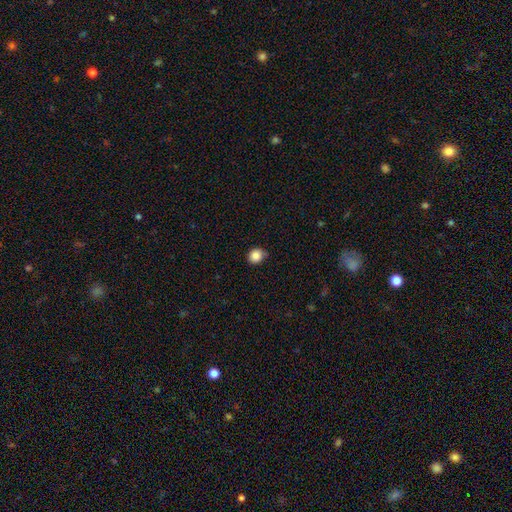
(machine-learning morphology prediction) A smooth galaxy with no disk features (84%) that is round (80%).

Vote fractions:
- Smooth or featured? smooth: 84% / star or artifact: 10% / featured or disk: 5%
- How rounded? round: 80% / in between: 19% / cigar-shaped: 1%
- Merging? none: 76% / minor disturbance: 20% / major disturbance: 3% / merger: 1%